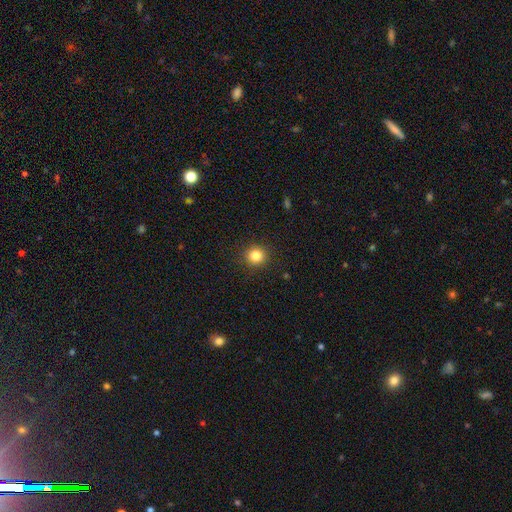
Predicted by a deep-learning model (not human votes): Morphology: type=smooth (83%); roundness=round (90%); merging=none (91%).